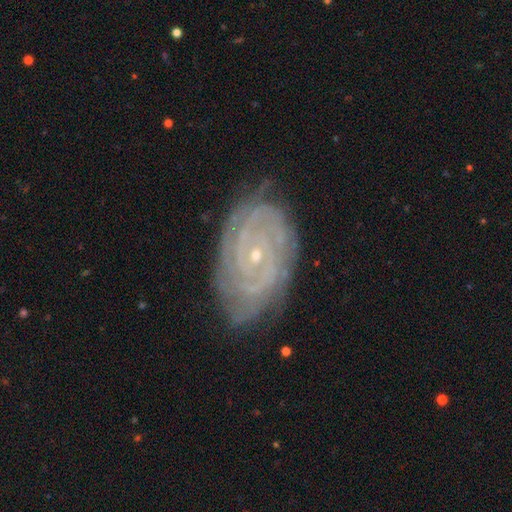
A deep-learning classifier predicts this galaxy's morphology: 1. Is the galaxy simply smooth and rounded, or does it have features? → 87% featured or disk, 7% star or artifact, 6% smooth.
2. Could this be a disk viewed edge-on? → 96% no, 4% yes.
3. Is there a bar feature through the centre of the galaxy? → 67% no, 25% weak, 8% strong.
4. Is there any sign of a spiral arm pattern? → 97% yes, 3% no.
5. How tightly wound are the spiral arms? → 82% tight, 15% medium, 3% loose.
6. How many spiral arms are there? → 27% 2, 25% can't tell, 16% 3, 14% 4, 10% more than 4, 7% 1.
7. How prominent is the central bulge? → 85% small, 12% moderate, 1% none, 1% large, 1% dominant.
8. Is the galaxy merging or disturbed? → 78% none, 17% minor disturbance, 4% major disturbance, 1% merger.